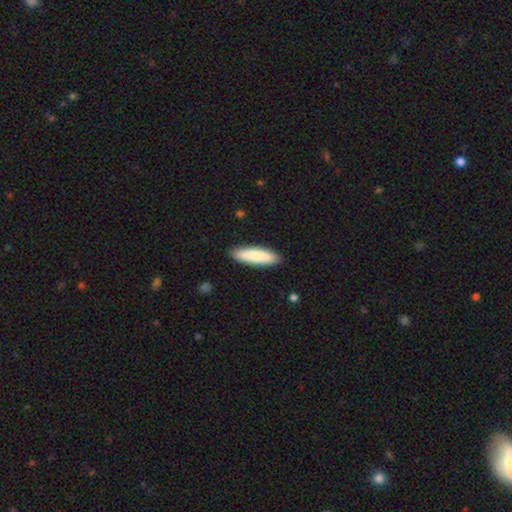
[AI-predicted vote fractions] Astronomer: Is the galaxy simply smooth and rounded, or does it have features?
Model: smooth — 84%.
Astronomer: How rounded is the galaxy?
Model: cigar-shaped — 67%.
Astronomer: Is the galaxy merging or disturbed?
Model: none — 90%.